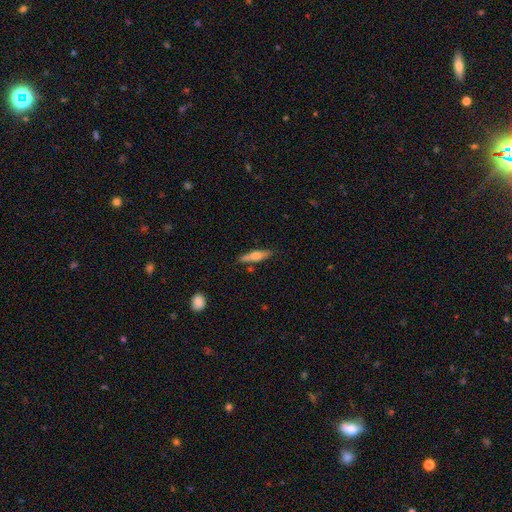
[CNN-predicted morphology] smooth-or-featured: smooth: 55% | featured or disk: 38% | star or artifact: 6%
  how-rounded: cigar-shaped: 75% | in between: 23% | round: 2%
  merging: none: 79% | minor disturbance: 14% | merger: 4% | major disturbance: 3%